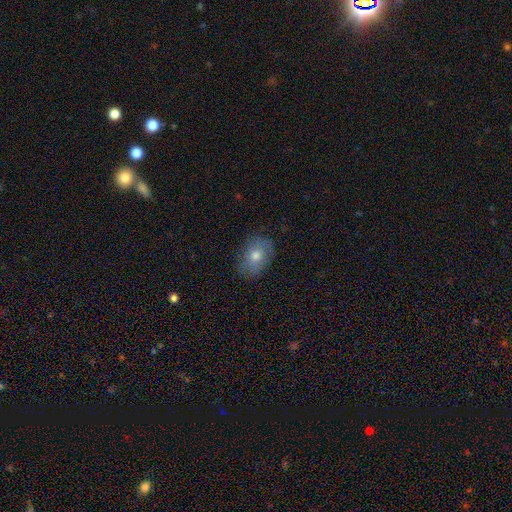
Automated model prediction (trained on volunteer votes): This appears to be a smooth galaxy with no disk features (71%) that is in between round and cigar-shaped (76%). Merging: none (81%).